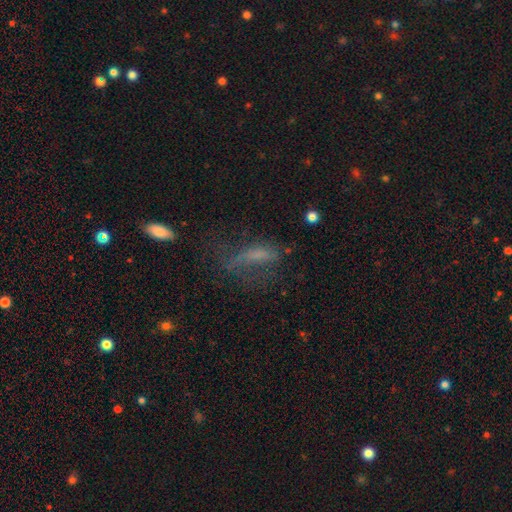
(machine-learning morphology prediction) The model was most divided on "merging": major disturbance: 38%, none: 37%, minor disturbance: 22%, merger: 4%. Remaining: smooth or featured — smooth (45%).